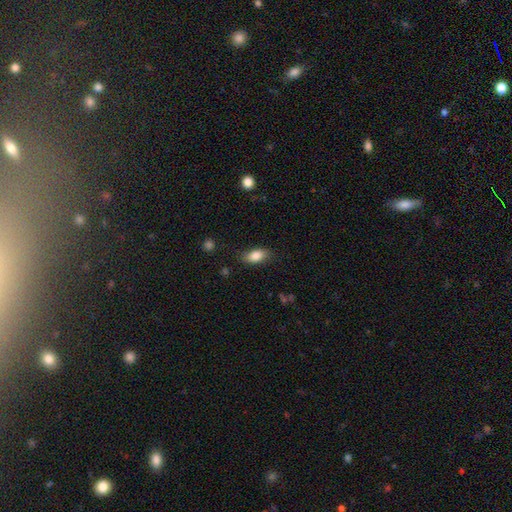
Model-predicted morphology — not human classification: Overall: smooth (83%). How rounded: in between (87%). Merging: none (80%).